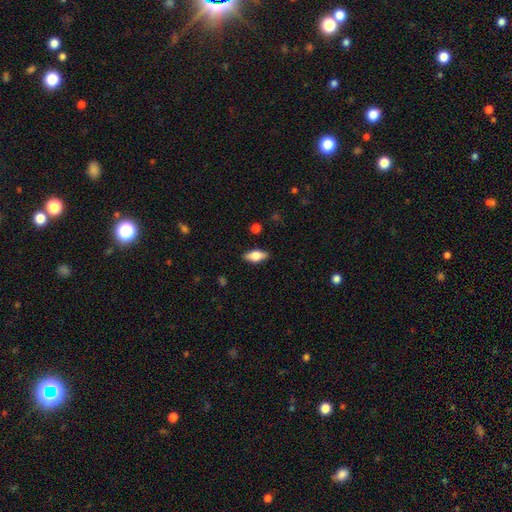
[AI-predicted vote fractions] Smooth or featured?
  - smooth: 61% *
  - featured or disk: 32%
  - star or artifact: 7%
How rounded?
  - in between: 80% *
  - cigar-shaped: 16%
  - round: 4%
Merging?
  - none: 87% *
  - minor disturbance: 9%
  - major disturbance: 2%
  - merger: 1%